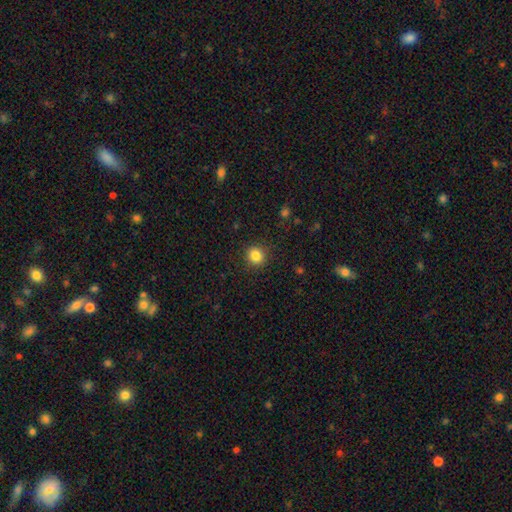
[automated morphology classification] The model was most divided on "smooth or featured": smooth: 84%, star or artifact: 11%, featured or disk: 4%. More confident: merging — none (90%); how rounded — round (87%).